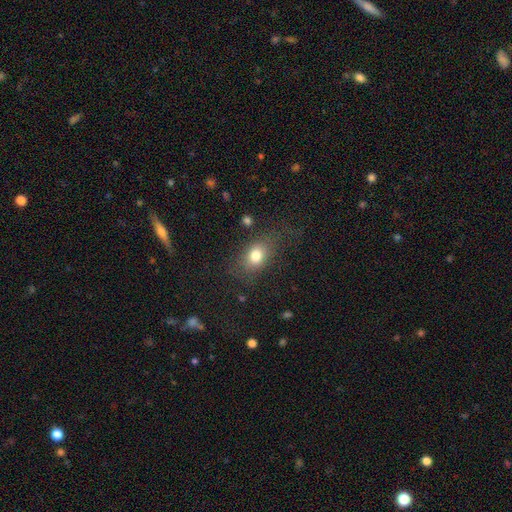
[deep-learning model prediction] This is likely a smooth galaxy (78%). How rounded: likely in between (69%). Merging: likely none (65%).